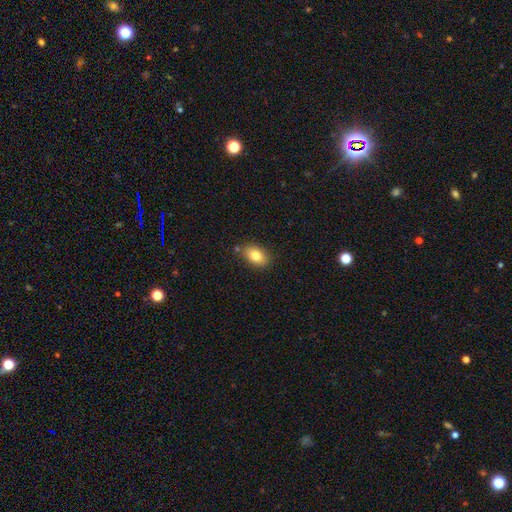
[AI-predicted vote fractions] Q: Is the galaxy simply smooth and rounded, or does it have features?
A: smooth — 81%.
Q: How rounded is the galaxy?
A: in between — 83%.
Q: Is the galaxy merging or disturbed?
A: none — 81%.